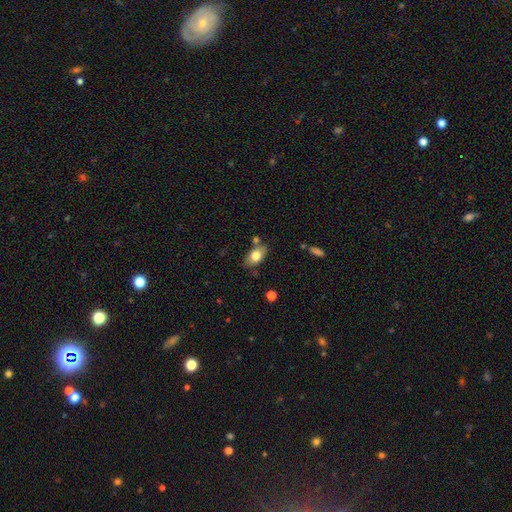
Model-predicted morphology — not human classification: A smooth galaxy with no disk features (79%) that is in between round and cigar-shaped (88%). Merging: none (74%).